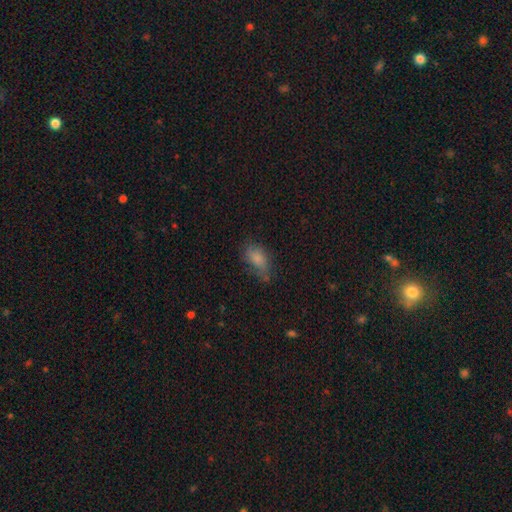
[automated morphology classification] smooth-or-featured: smooth: 74% | featured or disk: 13% | star or artifact: 13%
  how-rounded: in between: 86% | cigar-shaped: 8% | round: 7%
  merging: none: 55% | minor disturbance: 31% | major disturbance: 12% | merger: 3%